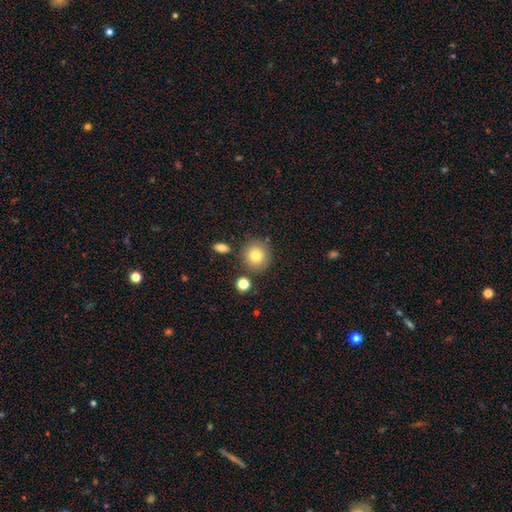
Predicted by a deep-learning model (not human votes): Smooth or featured? Predicted: smooth (p=0.80). How rounded? Predicted: round (p=0.91). Merging? Predicted: none (p=0.82).